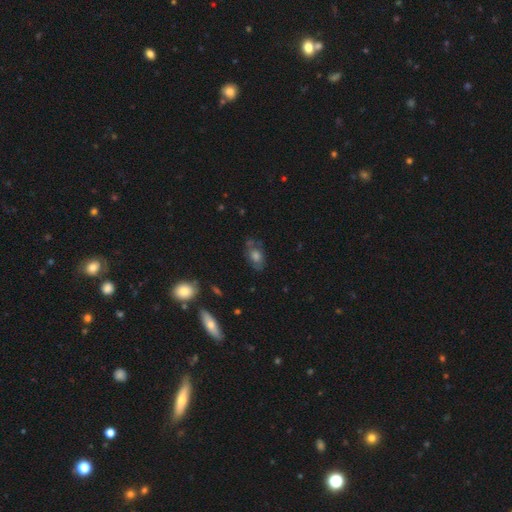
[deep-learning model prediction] Smooth or featured? Predicted: featured or disk (p=0.45). Merging? Predicted: none (p=0.68).